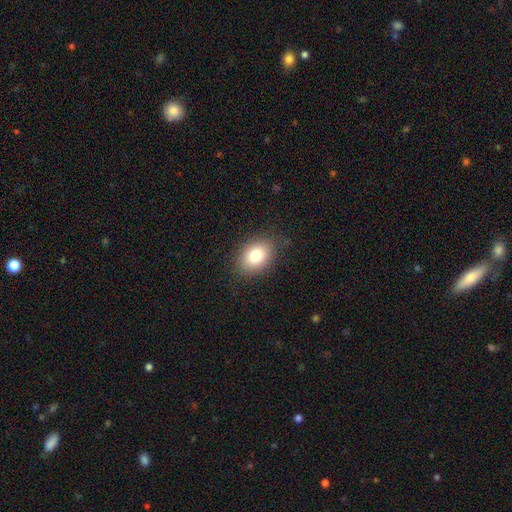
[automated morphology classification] Smooth or featured? Predicted: smooth (p=0.79). How rounded? Predicted: in between (p=0.74). Merging? Predicted: none (p=0.84).